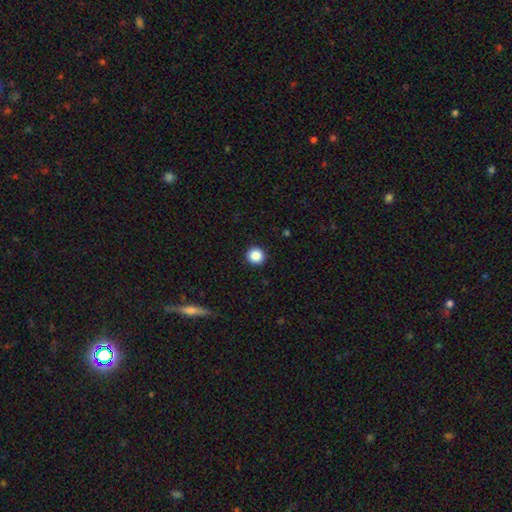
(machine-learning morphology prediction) This appears to be a smooth galaxy with no disk features (88%) that is round (96%). Merging: none (93%).